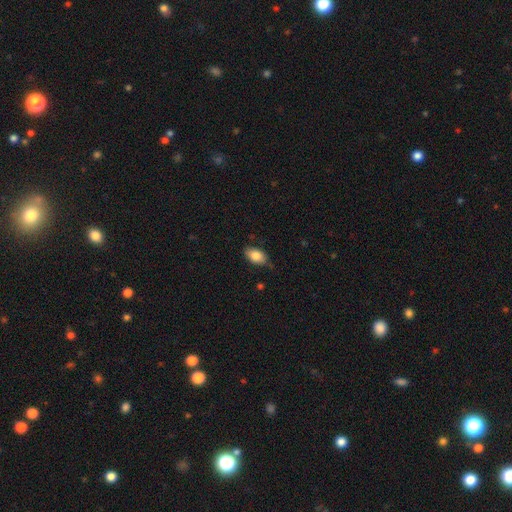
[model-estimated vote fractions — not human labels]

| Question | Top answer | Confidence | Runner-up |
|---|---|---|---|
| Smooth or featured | smooth | 84% | featured or disk (9%) |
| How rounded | in between | 92% | round (6%) |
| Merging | none | 79% | minor disturbance (17%) |